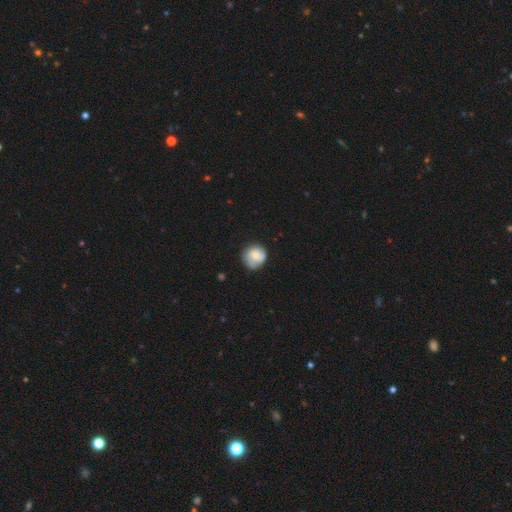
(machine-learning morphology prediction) Smooth or featured?
  - smooth: 65% *
  - featured or disk: 28%
  - star or artifact: 7%
How rounded?
  - round: 86% *
  - in between: 13%
  - cigar-shaped: 1%
Merging?
  - none: 65% *
  - minor disturbance: 26%
  - major disturbance: 7%
  - merger: 3%